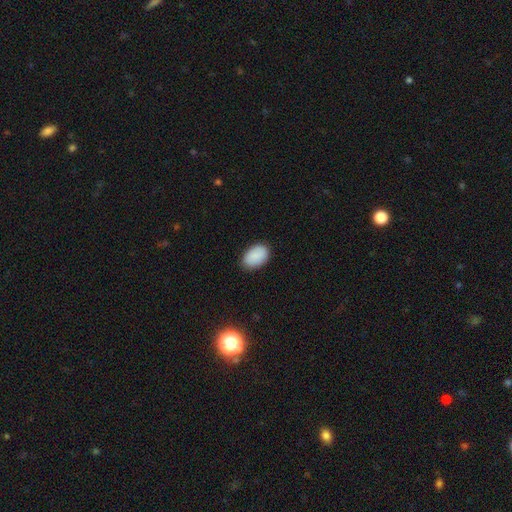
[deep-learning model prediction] Overall: smooth (88%). How rounded: in between (91%). Merging: none (85%).